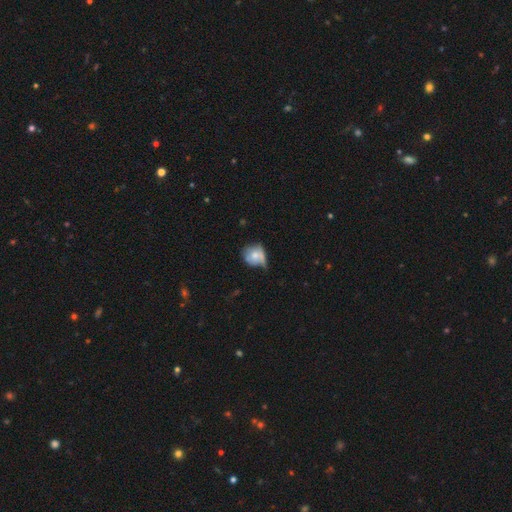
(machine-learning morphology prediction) This is likely a smooth galaxy (65%). How rounded: likely round (74%). Merging: marginally minor disturbance (40%).